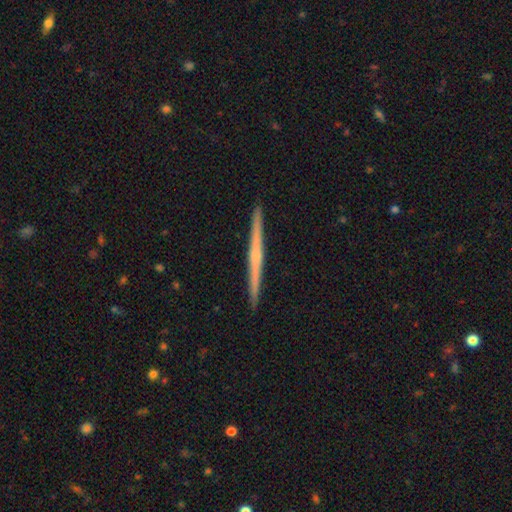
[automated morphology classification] This appears to be a featured or disk galaxy (70%) viewed edge-on (98%) with a rounded central bulge (49%). Merging: none (93%).